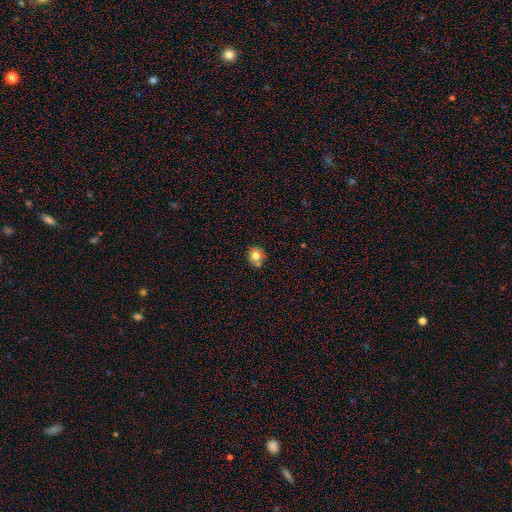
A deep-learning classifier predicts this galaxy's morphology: This appears to be a smooth galaxy with no disk features (75%) that is round (79%). Merging: none (70%).